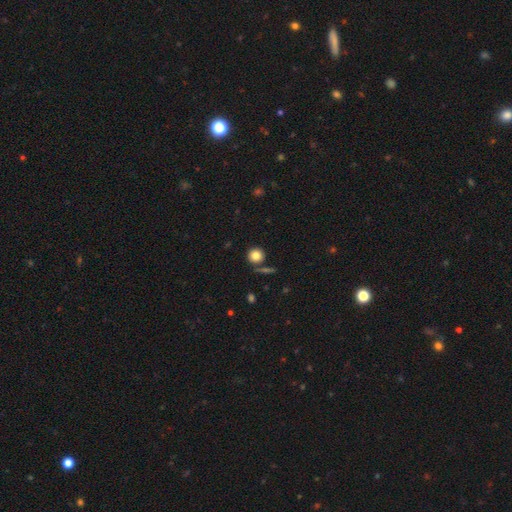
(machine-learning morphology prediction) This appears to be a smooth galaxy with no disk features (81%) that is round (91%). Merging: none (79%).